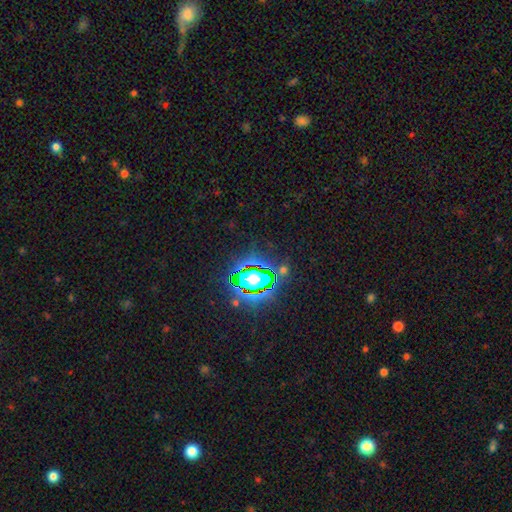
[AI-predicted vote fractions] smooth_or_featured: star or artifact (p=0.80) [alt: smooth p=0.12]